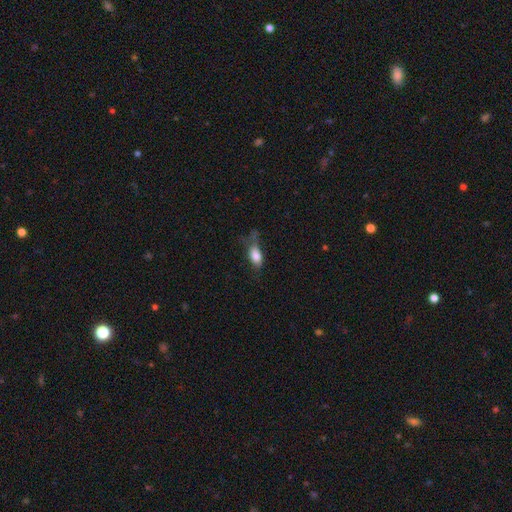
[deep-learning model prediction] A smooth galaxy with no disk features (80%) that is in between round and cigar-shaped (86%). Merging: none (40%).